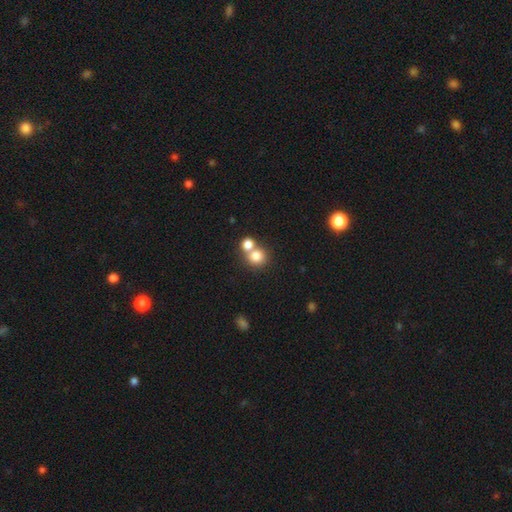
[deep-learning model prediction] Smooth or featured? Predicted: smooth (p=0.79). How rounded? Predicted: round (p=0.86). Merging? Predicted: none (p=0.49).